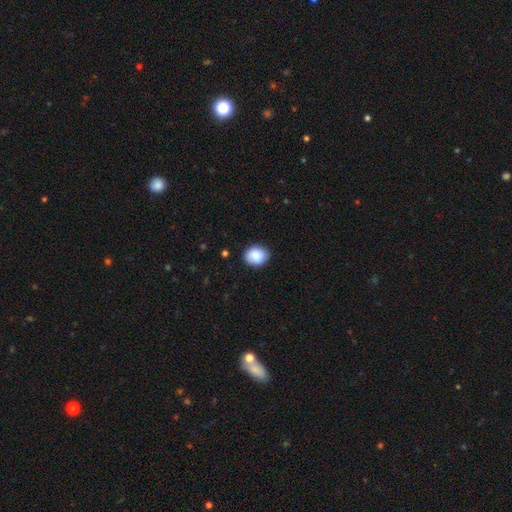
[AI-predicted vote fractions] Q: Smooth or featured?
A: smooth (87%); runner-up: star or artifact (7%)
Q: How rounded?
A: round (56%); runner-up: in between (44%)
Q: Merging?
A: none (86%); runner-up: minor disturbance (10%)